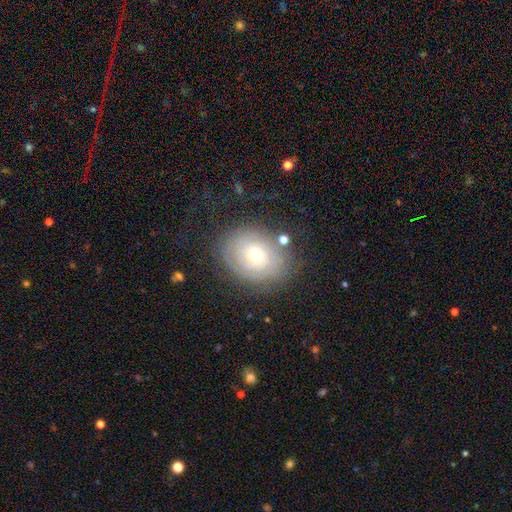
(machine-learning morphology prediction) smooth_or_featured: featured or disk (p=0.66) [alt: smooth p=0.25]
disk_edge_on: no (p=0.96) [alt: yes p=0.04]
bar: no (p=0.83) [alt: weak p=0.14]
has_spiral_arms: yes (p=0.78) [alt: no p=0.22]
bulge_size: moderate (p=0.55) [alt: small p=0.39]
merging: none (p=0.74) [alt: minor disturbance p=0.15]